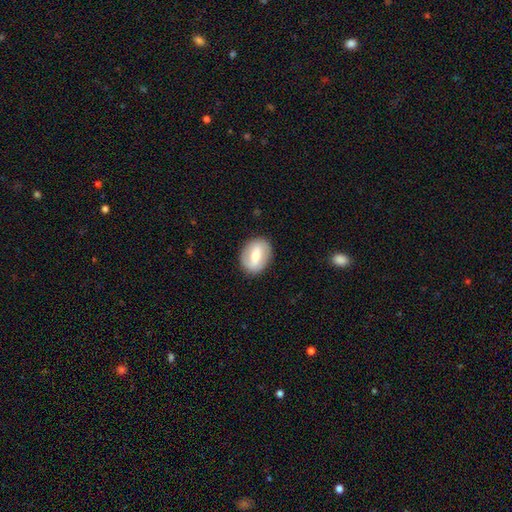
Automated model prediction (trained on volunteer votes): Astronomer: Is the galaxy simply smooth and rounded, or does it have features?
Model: featured or disk — 47%, tied with smooth at 47%.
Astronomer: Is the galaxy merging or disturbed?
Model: none — 86%.